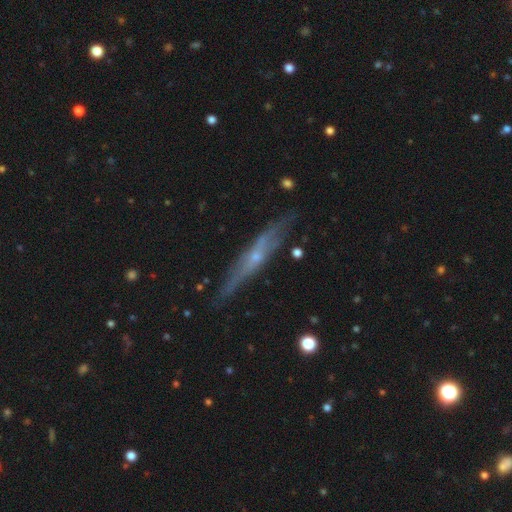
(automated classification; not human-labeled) Overall: featured or disk (69%). Edge-on disk: yes (88%). Edge-on bulge: rounded (64%; none 31%). Merging: none (79%).